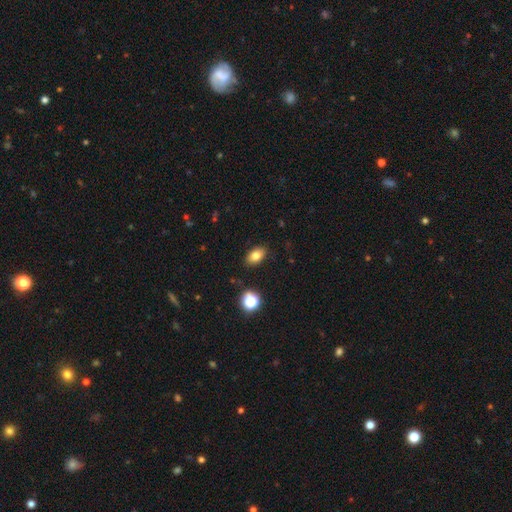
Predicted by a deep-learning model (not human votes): Smooth or featured? Predicted: smooth (p=0.80). How rounded? Predicted: in between (p=0.87). Merging? Predicted: none (p=0.87).